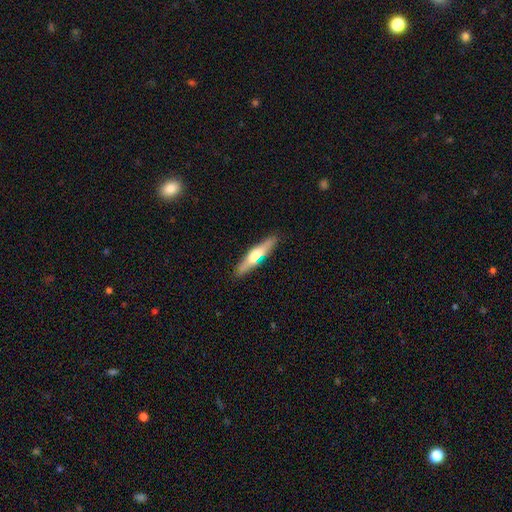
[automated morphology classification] Overall: smooth (49%; featured or disk 46%). Merging: none (87%).